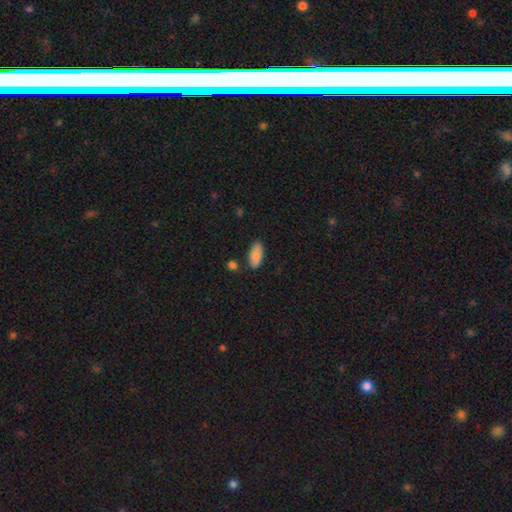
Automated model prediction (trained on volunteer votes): Morphology: type=smooth (87%); roundness=in between (88%); merging=none (80%).